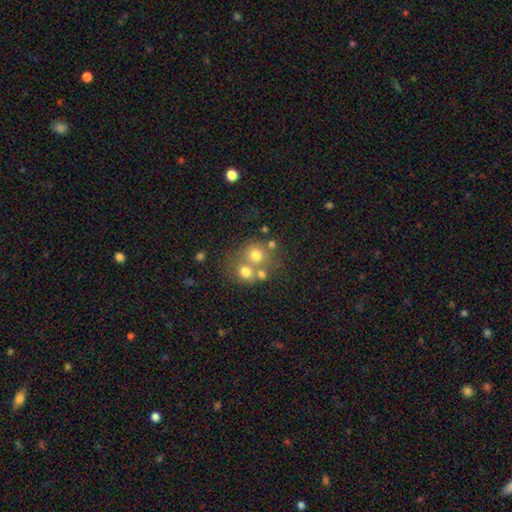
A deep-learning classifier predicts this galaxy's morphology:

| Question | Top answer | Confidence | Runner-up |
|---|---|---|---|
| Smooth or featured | smooth | 65% | featured or disk (19%) |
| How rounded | round | 84% | in between (15%) |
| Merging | none | 45% | merger (42%) |